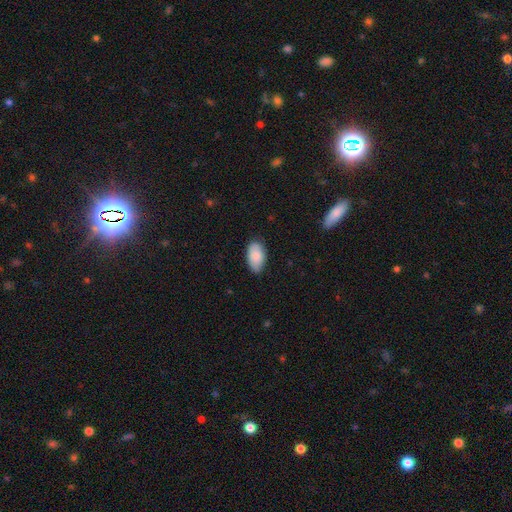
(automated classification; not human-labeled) Morphology: type=smooth (83%); roundness=in between (94%); merging=none (77%).